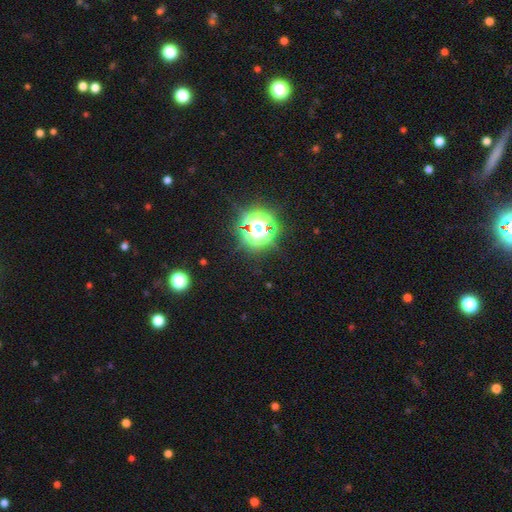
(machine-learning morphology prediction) The model was most divided on "smooth or featured": star or artifact: 79%, smooth: 14%, featured or disk: 7%.